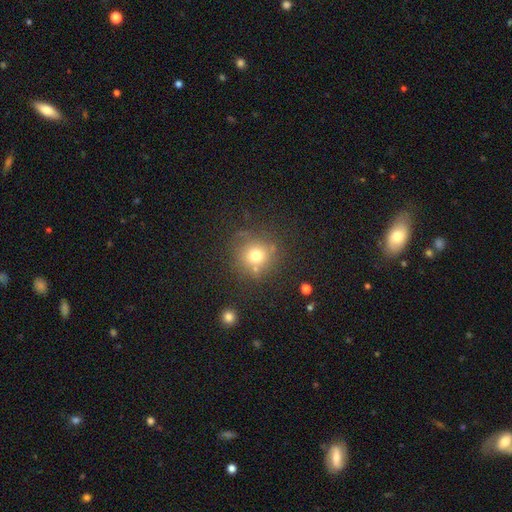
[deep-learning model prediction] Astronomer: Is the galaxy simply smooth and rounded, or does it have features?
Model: smooth — 73%.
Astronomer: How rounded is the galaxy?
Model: round — 89%.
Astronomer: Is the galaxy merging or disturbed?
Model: none — 74%.